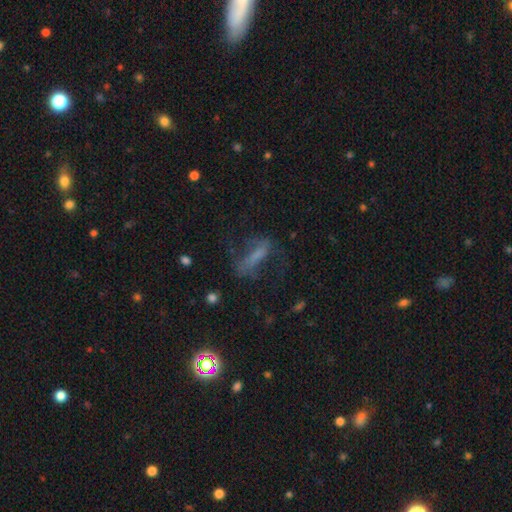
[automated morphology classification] This is marginally a smooth galaxy (40%, tied with featured or disk). Merging: possibly none (50%).